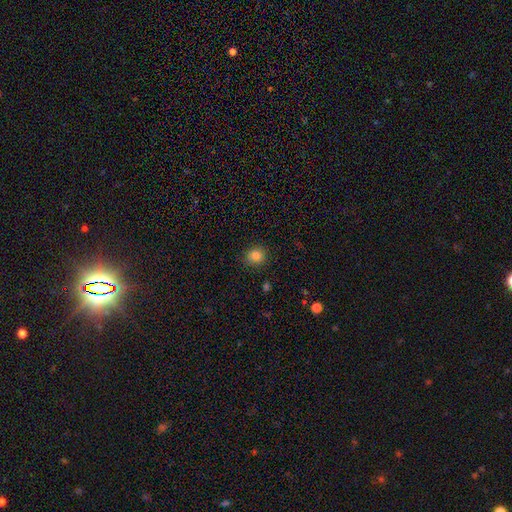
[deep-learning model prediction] Smooth or featured? smooth (83%)
How rounded? round (80%)
Merging? none (89%)